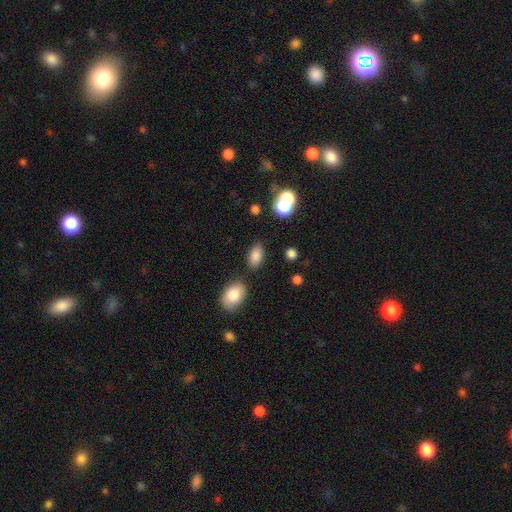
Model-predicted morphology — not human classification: smooth_or_featured: smooth (p=0.85) [alt: star or artifact p=0.09]
how_rounded: in between (p=0.91) [alt: round p=0.07]
merging: none (p=0.79) [alt: minor disturbance p=0.12]